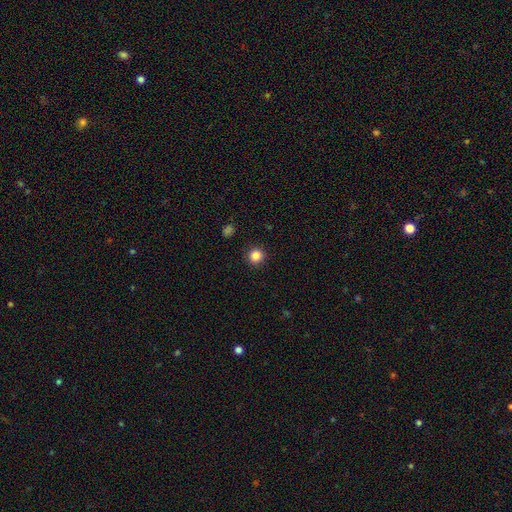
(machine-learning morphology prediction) A smooth galaxy with no disk features (85%) that is round (94%). Merging: none (92%).